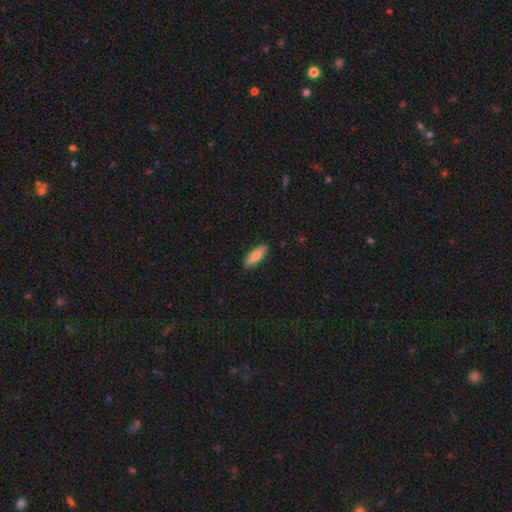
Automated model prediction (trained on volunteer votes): This is likely a smooth galaxy (79%). How rounded: likely in between (61%). Merging: clearly none (88%).